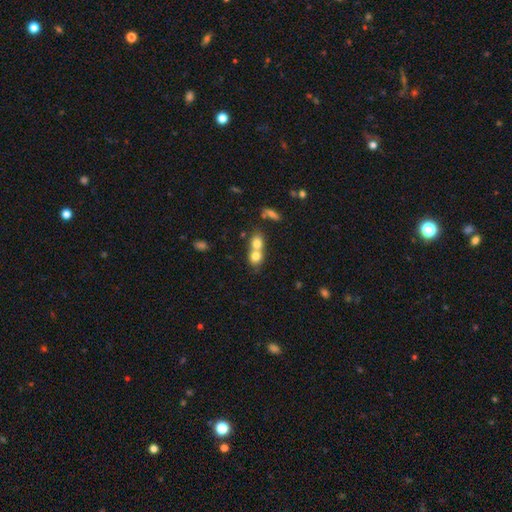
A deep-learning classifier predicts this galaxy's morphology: type=smooth (73%); roundness=round (66%); merging=merger (71%).